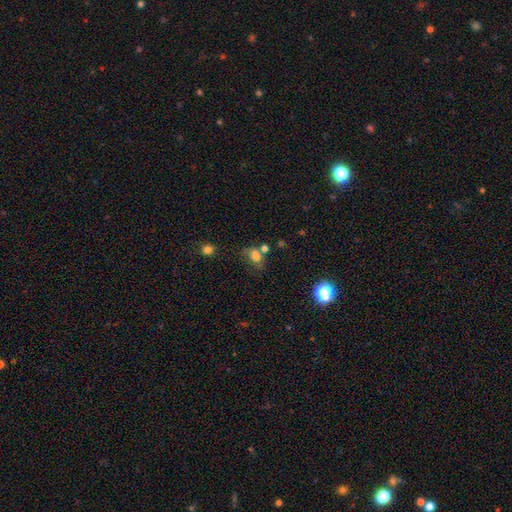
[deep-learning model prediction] Smooth or featured?
  - smooth: 70% *
  - star or artifact: 16%
  - featured or disk: 14%
How rounded?
  - in between: 75% *
  - round: 22%
  - cigar-shaped: 2%
Merging?
  - none: 42% *
  - merger: 23%
  - minor disturbance: 22%
  - major disturbance: 13%